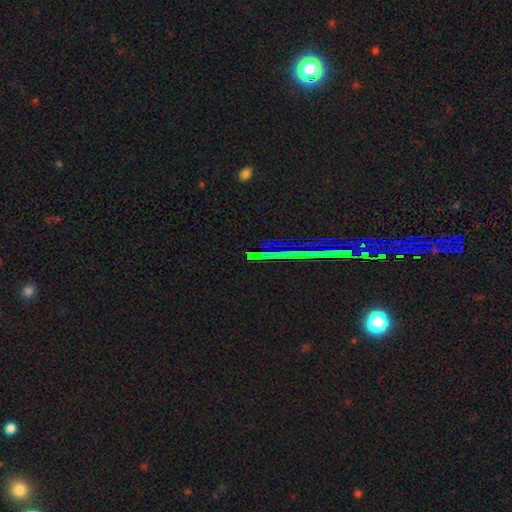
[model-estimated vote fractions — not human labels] This appears to be a star or artifact, not a galaxy (81%).